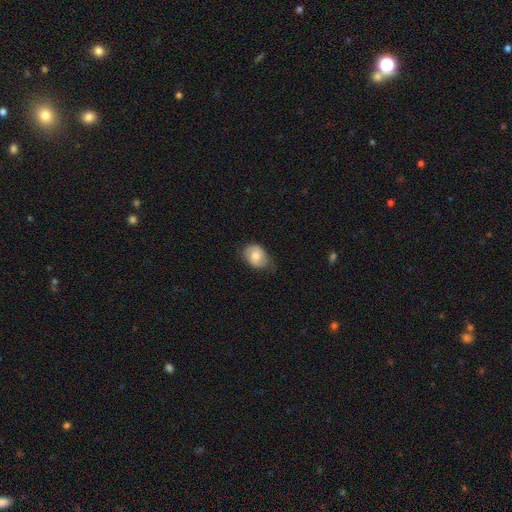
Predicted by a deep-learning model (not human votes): Smooth or featured? Predicted: smooth (p=0.75). How rounded? Predicted: in between (p=0.68). Merging? Predicted: none (p=0.59).